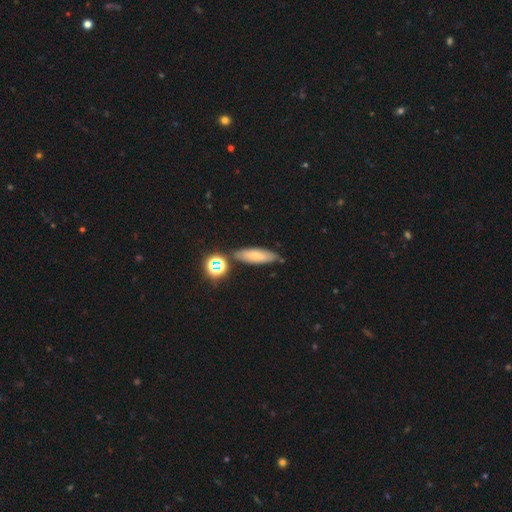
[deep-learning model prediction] A smooth galaxy with no disk features (65%) that is cigar-shaped (49%). Merging: none (77%).